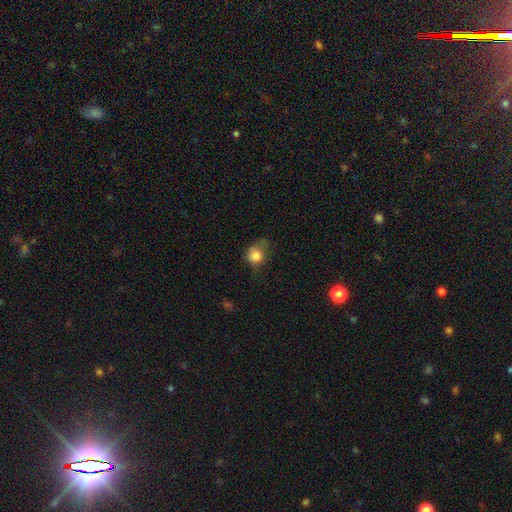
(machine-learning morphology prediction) This appears to be a smooth galaxy with no disk features (79%) that is round (61%). Merging: minor disturbance (37%).